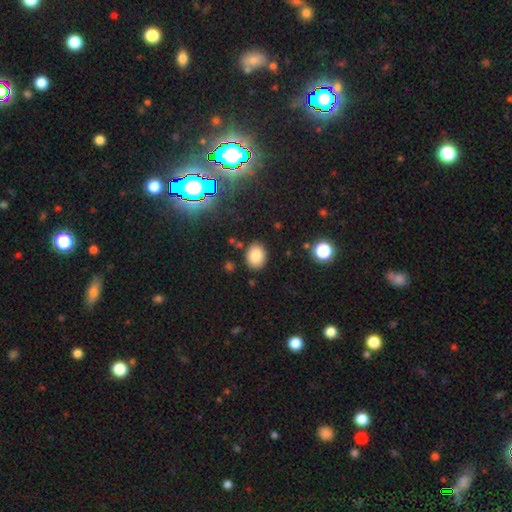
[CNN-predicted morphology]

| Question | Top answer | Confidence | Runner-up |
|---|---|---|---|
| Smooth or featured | smooth | 83% | star or artifact (11%) |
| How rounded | in between | 58% | round (41%) |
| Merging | none | 85% | minor disturbance (10%) |